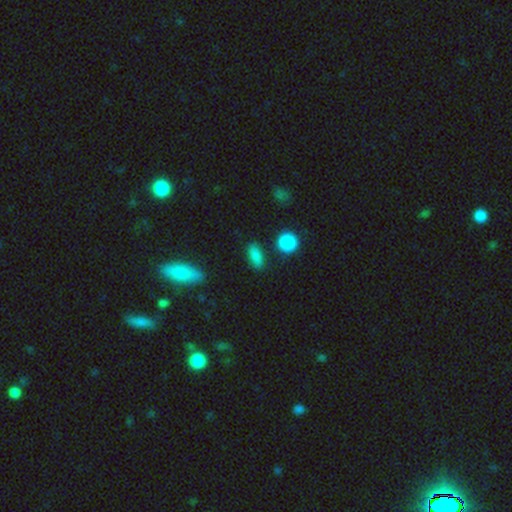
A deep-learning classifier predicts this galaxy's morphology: Smooth or featured? Predicted: smooth (p=0.83). How rounded? Predicted: in between (p=0.78). Merging? Predicted: none (p=0.83).